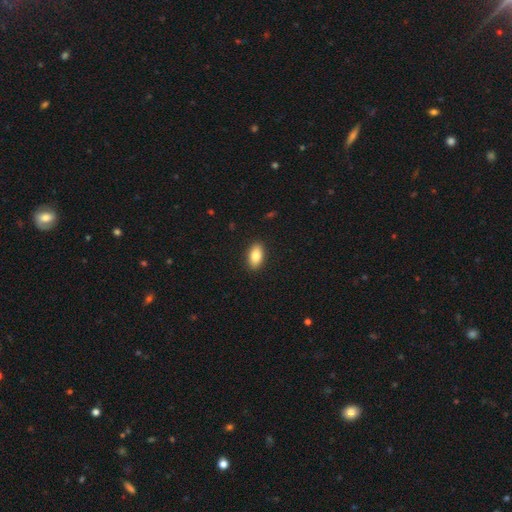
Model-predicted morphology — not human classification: This appears to be a smooth galaxy with no disk features (83%) that is in between round and cigar-shaped (91%). Merging: none (90%).